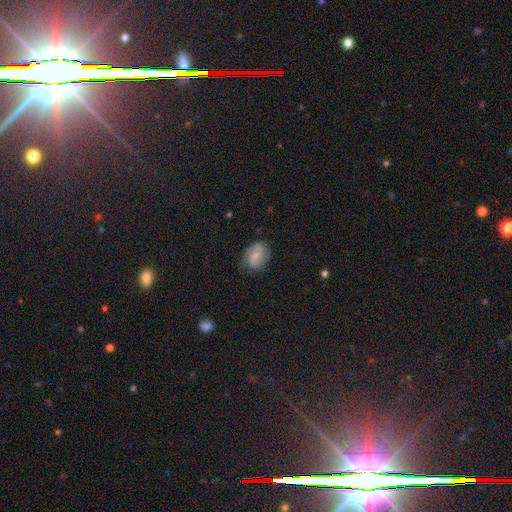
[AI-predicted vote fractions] Overall: featured or disk (57%; smooth 35%). Edge-on disk: no (97%). Bar: no (46%; weak 44%). Spiral arms: yes (91%). Spiral arm count: 2 (82%). Spiral winding: medium (46%; loose 29%). Bulge size: small (44%; moderate 33%). Merging: none (73%).